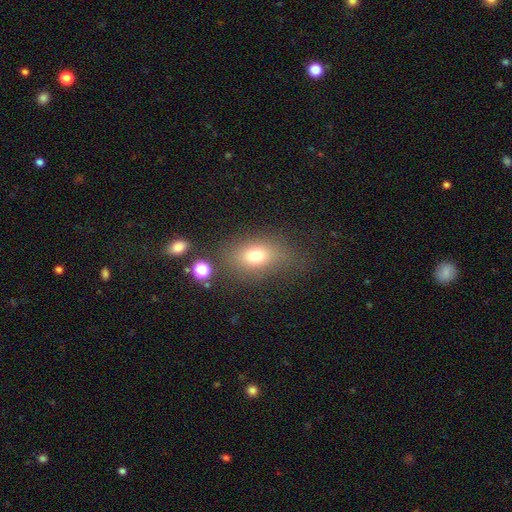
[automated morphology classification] A smooth galaxy with no disk features (73%) that is in between round and cigar-shaped (72%). Merging: none (68%).